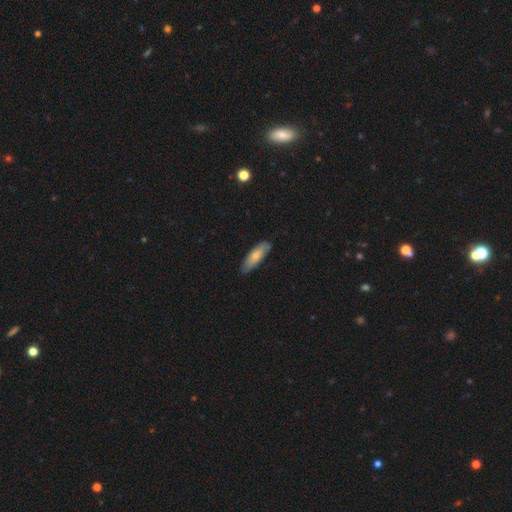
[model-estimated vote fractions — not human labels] smooth_or_featured: smooth (p=0.74) [alt: featured or disk p=0.21]
how_rounded: in between (p=0.57) [alt: cigar-shaped p=0.42]
merging: none (p=0.82) [alt: minor disturbance p=0.14]